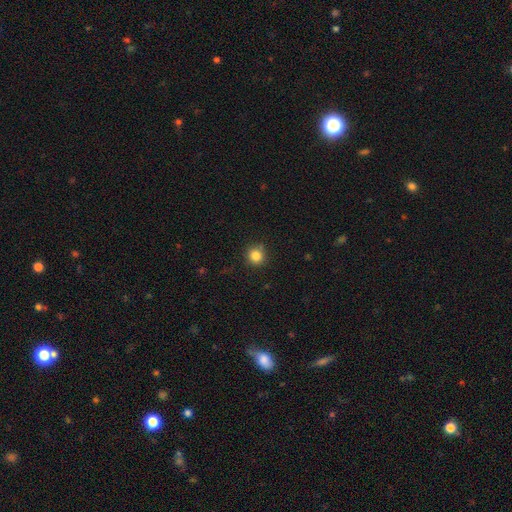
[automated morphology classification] A smooth galaxy with no disk features (84%) that is round (92%).

Vote fractions:
- Smooth or featured? smooth: 84% / star or artifact: 11% / featured or disk: 5%
- How rounded? round: 92% / in between: 8% / cigar-shaped: 1%
- Merging? none: 87% / minor disturbance: 10% / major disturbance: 2% / merger: 1%